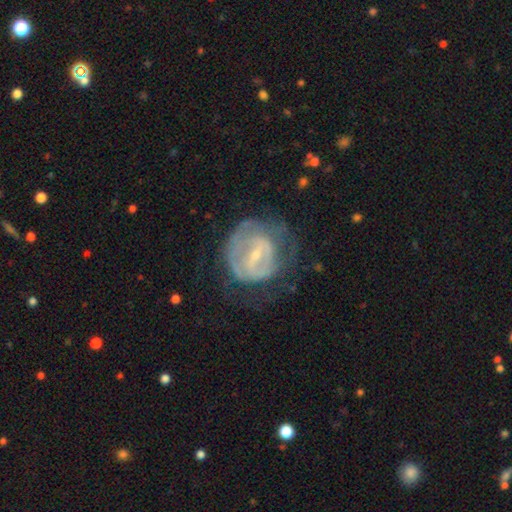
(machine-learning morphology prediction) smooth-or-featured: featured or disk: 71% | smooth: 22% | star or artifact: 7%
  disk-edge-on: no: 96% | yes: 4%
    bar: weak: 47% | strong: 34% | no: 19%
    has-spiral-arms: yes: 58% | no: 42%
    bulge-size: small: 66% | moderate: 27% | none: 4% | large: 2% | dominant: 1%
  merging: none: 53% | minor disturbance: 23% | major disturbance: 22% | merger: 2%